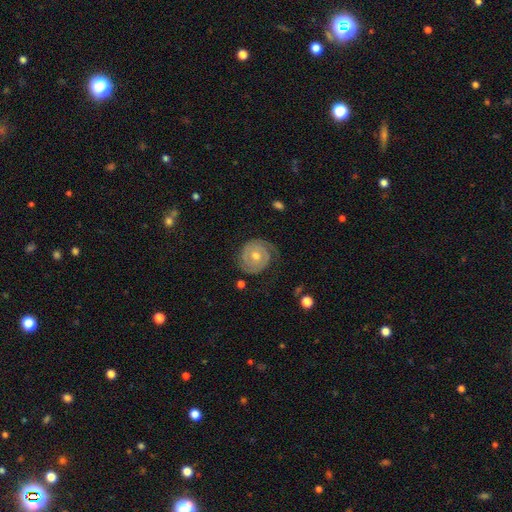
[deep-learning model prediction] Smooth or featured? Predicted: featured or disk (p=0.84). Edge-on disk? Predicted: no (p=0.98). Bar? Predicted: no (p=0.72). Spiral arms? Predicted: yes (p=0.95). Spiral winding? Predicted: tight (p=0.75). Spiral arm count? Predicted: 2 (p=0.68). Bulge size? Predicted: moderate (p=0.66). Merging? Predicted: none (p=0.77).